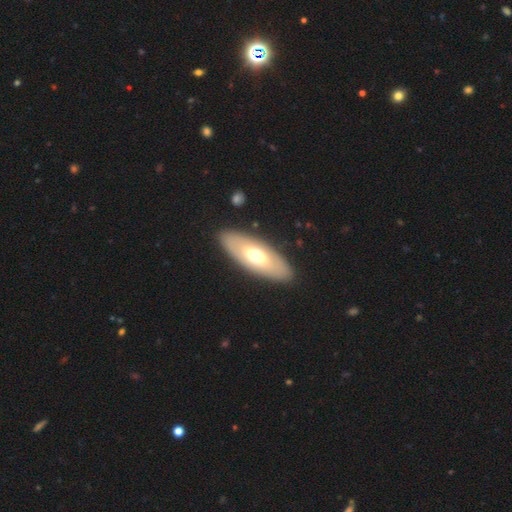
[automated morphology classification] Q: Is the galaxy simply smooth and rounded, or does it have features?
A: smooth — 54%.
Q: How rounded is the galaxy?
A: in between — 76%.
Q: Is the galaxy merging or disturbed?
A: none — 88%.